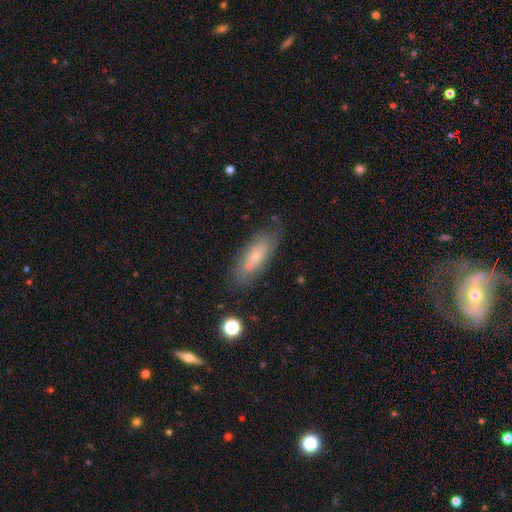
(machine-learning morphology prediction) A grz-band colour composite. It shows a smooth galaxy with no disk features (55%) that is in between round and cigar-shaped (63%). Merging: none (69%).